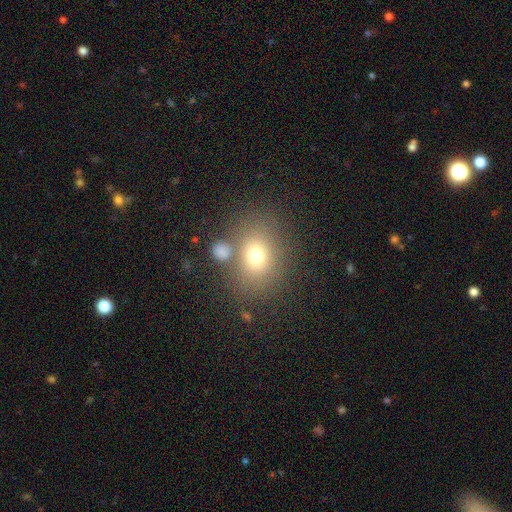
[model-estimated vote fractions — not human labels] Smooth or featured: smooth — 71% (featured or disk — 15%)
How rounded: in between — 54% (round — 45%)
Merging: none — 68% (merger — 13%)